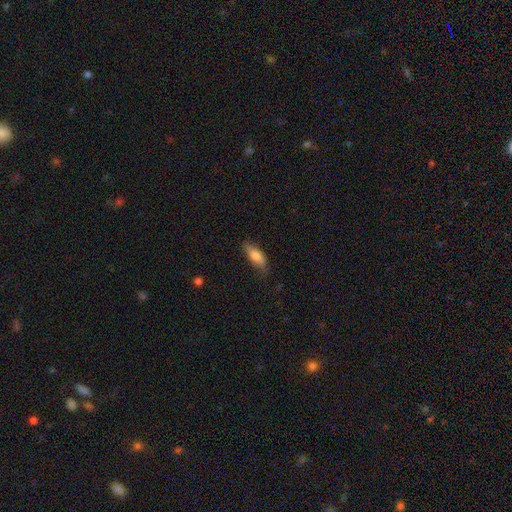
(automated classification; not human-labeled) smooth_or_featured: smooth (p=0.74) [alt: featured or disk p=0.20]
how_rounded: in between (p=0.63) [alt: cigar-shaped p=0.35]
merging: none (p=0.70) [alt: minor disturbance p=0.23]